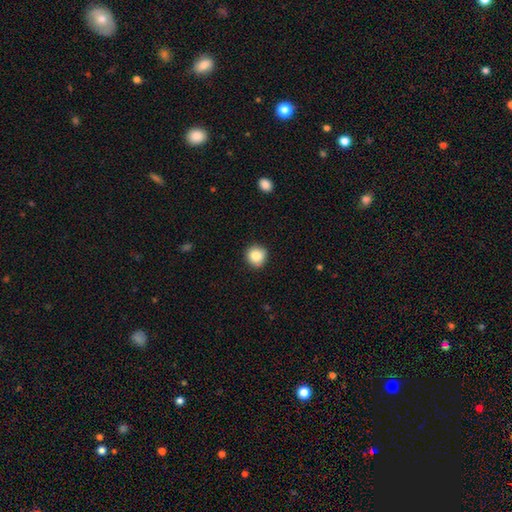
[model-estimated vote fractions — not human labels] smooth 84%, star or artifact 9%, featured or disk 7%. Down the decision tree: how rounded — round (93%); merging — none (89%).